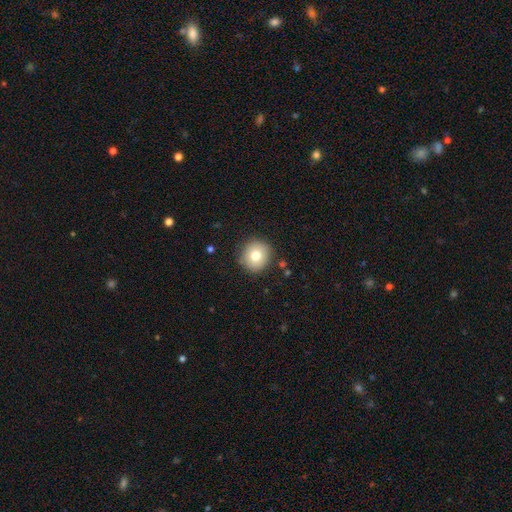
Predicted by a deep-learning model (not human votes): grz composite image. It shows a smooth galaxy with no disk features (76%) that is round (91%). Merging: none (88%).